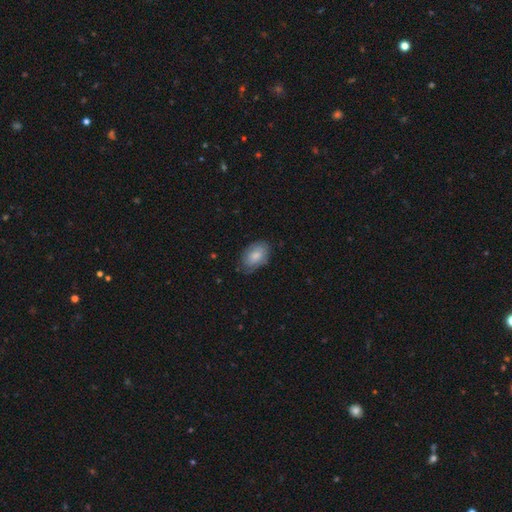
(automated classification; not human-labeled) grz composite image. It shows a smooth galaxy with no disk features (79%) that is in between round and cigar-shaped (90%). Merging: none (69%).